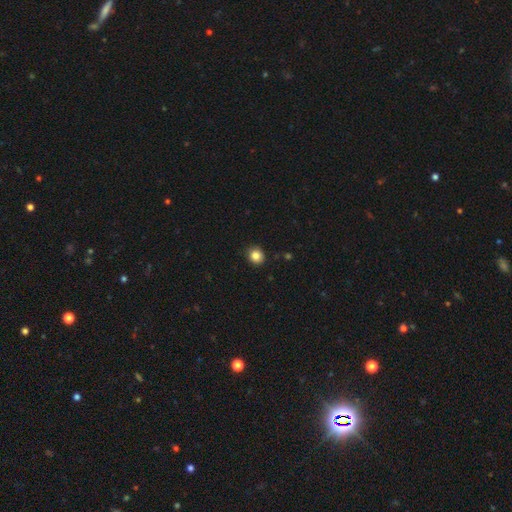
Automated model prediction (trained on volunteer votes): Smooth or featured?
  - smooth: 85% *
  - star or artifact: 11%
  - featured or disk: 4%
How rounded?
  - round: 83% *
  - in between: 16%
  - cigar-shaped: 1%
Merging?
  - none: 90% *
  - minor disturbance: 7%
  - major disturbance: 2%
  - merger: 1%